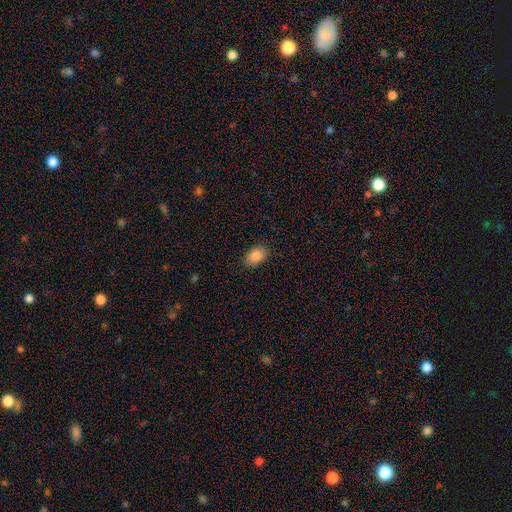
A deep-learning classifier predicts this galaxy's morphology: A smooth galaxy with no disk features (87%) that is in between round and cigar-shaped (87%).

Vote fractions:
- Smooth or featured? smooth: 87% / star or artifact: 8% / featured or disk: 6%
- How rounded? in between: 87% / round: 12% / cigar-shaped: 1%
- Merging? none: 84% / minor disturbance: 13% / major disturbance: 3% / merger: 1%